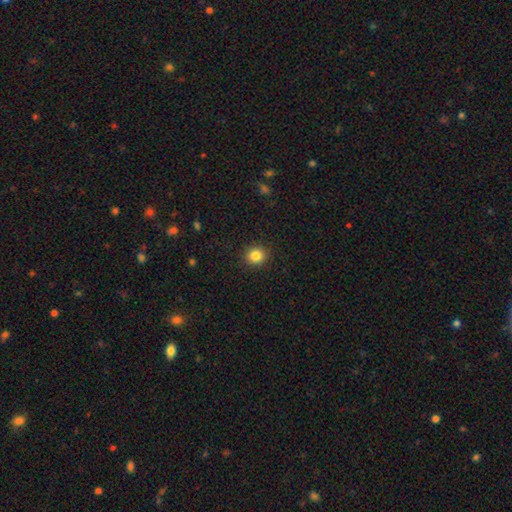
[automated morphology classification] smooth 85%, star or artifact 11%, featured or disk 5%. Down the decision tree: how rounded — round (84%); merging — none (91%).